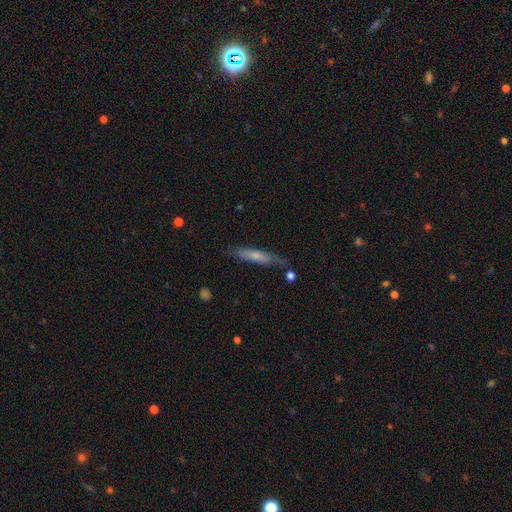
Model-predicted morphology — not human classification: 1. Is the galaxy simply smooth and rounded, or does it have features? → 63% smooth, 30% featured or disk, 7% star or artifact.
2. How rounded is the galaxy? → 87% cigar-shaped, 11% in between, 2% round.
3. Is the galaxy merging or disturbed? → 70% none, 20% minor disturbance, 5% major disturbance, 4% merger.